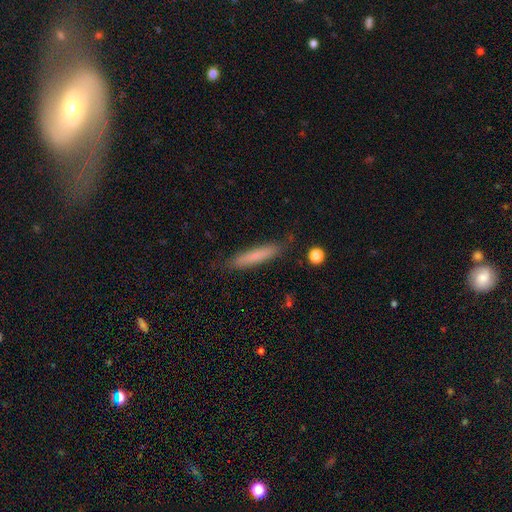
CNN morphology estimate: A smooth galaxy with no disk features (77%) that is cigar-shaped (91%).

Vote fractions:
- Smooth or featured? smooth: 77% / featured or disk: 16% / star or artifact: 7%
- How rounded? cigar-shaped: 91% / in between: 8% / round: 1%
- Merging? none: 84% / minor disturbance: 12% / major disturbance: 3% / merger: 2%